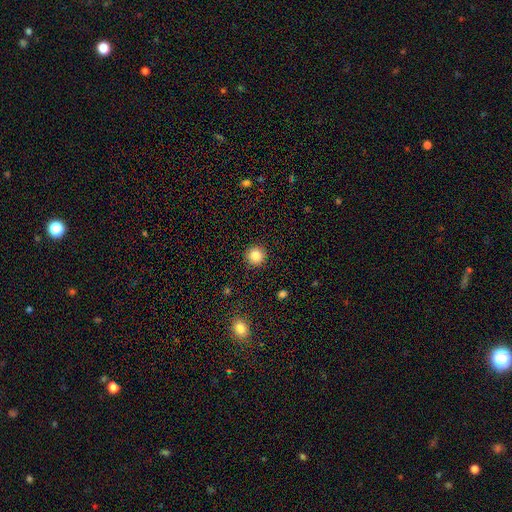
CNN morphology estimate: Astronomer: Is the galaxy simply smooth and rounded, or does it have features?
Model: smooth — 85%.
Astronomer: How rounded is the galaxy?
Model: round — 95%.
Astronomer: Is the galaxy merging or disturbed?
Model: none — 92%.